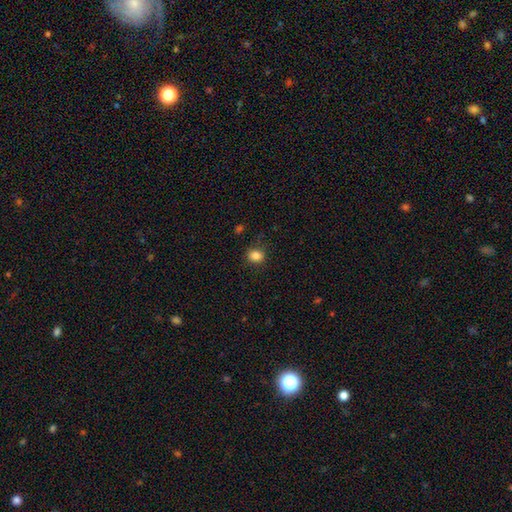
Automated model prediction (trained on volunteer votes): Smooth or featured? Predicted: smooth (p=0.84). How rounded? Predicted: round (p=0.62). Merging? Predicted: none (p=0.85).